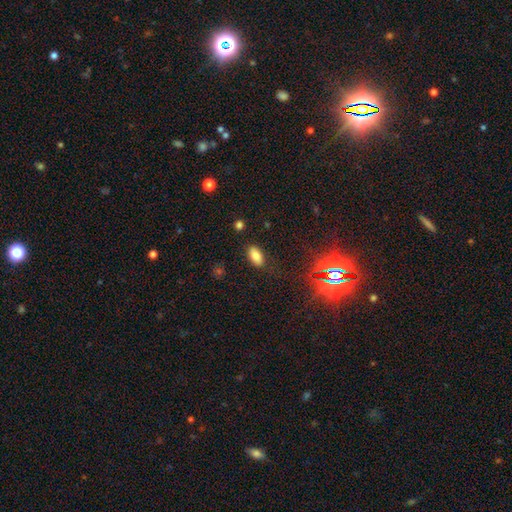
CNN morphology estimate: Smooth or featured? smooth (78%)
How rounded? in between (92%)
Merging? none (86%)